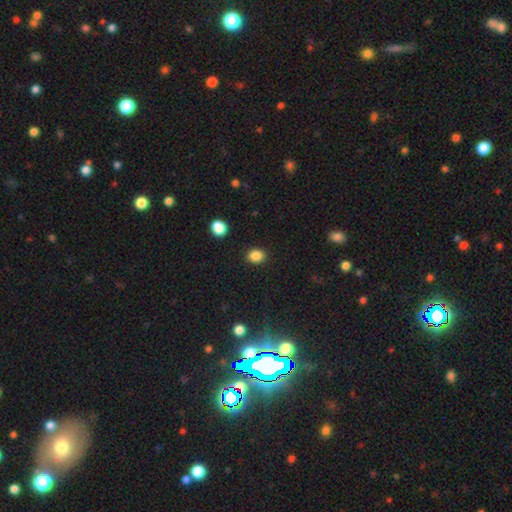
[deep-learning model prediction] Overall: smooth (86%). How rounded: round (51%; in between 48%). Merging: none (89%).